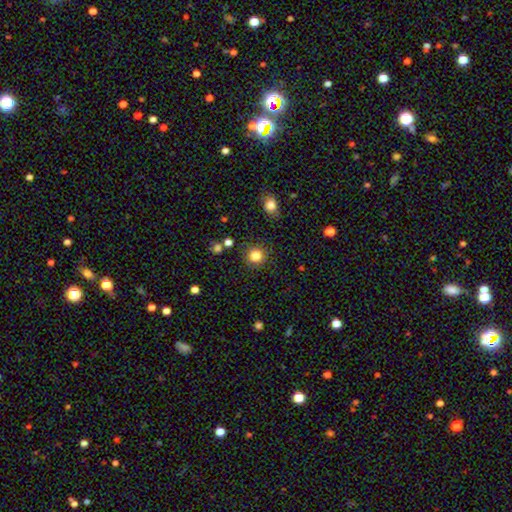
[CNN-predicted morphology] Smooth or featured? Predicted: smooth (p=0.84). How rounded? Predicted: round (p=0.92). Merging? Predicted: none (p=0.86).